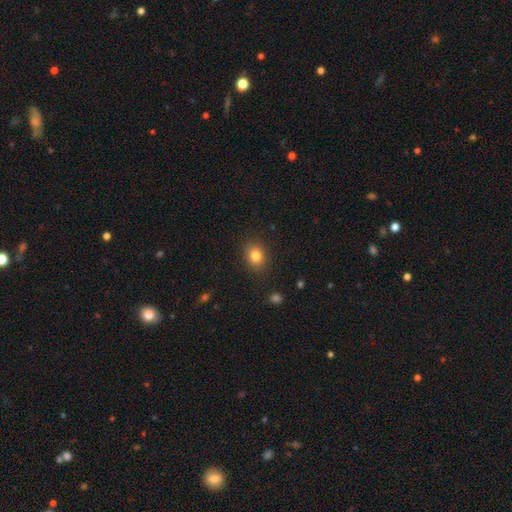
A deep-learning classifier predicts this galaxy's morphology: This is clearly a smooth galaxy (82%). How rounded: possibly round (50%). Merging: clearly none (88%).